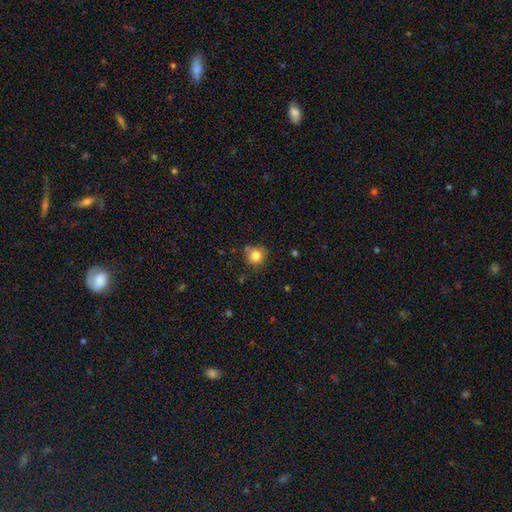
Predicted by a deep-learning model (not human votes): Q: Smooth or featured?
A: smooth (82%); runner-up: star or artifact (11%)
Q: How rounded?
A: round (90%); runner-up: in between (9%)
Q: Merging?
A: none (75%); runner-up: minor disturbance (15%)